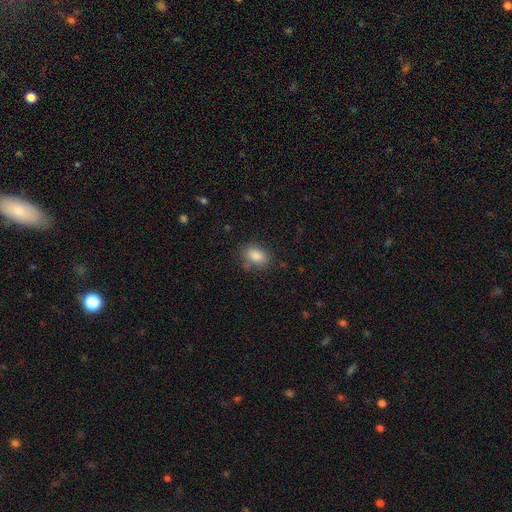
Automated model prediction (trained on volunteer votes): This is clearly a smooth galaxy (85%). How rounded: clearly in between (80%). Merging: likely none (77%).